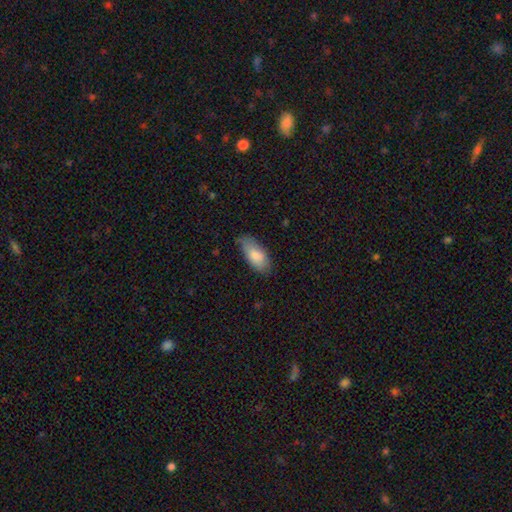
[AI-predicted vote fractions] smooth 83%, featured or disk 11%, star or artifact 6%. Down the decision tree: how rounded — in between (88%); merging — none (69%).